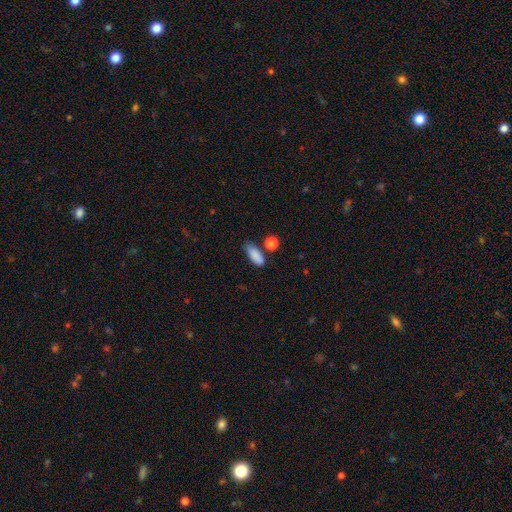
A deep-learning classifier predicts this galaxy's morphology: Smooth or featured? Predicted: smooth (p=0.86). How rounded? Predicted: in between (p=0.76). Merging? Predicted: none (p=0.63).